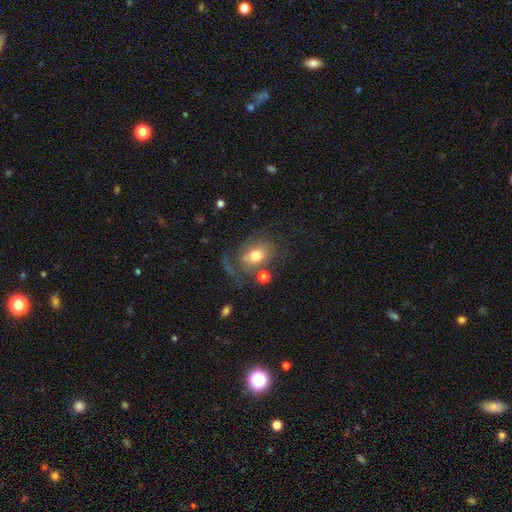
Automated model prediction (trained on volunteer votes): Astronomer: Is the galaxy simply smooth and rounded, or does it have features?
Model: smooth — 62%.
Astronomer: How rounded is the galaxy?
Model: in between — 61% (runner-up: round, 38%).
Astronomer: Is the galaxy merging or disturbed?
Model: none — 47% (runner-up: major disturbance, 23%).